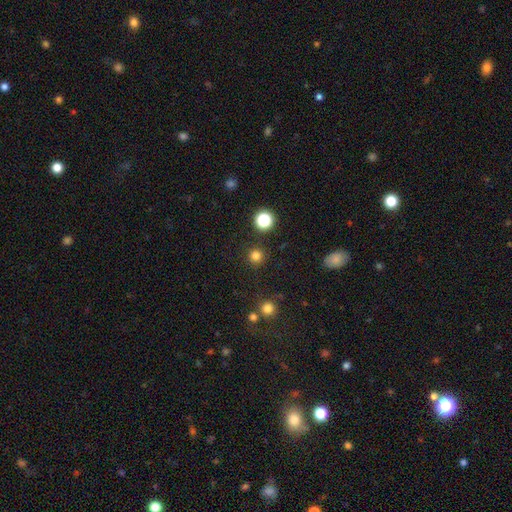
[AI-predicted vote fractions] The model was most divided on "smooth or featured": smooth: 79%, star or artifact: 17%, featured or disk: 4%. More confident: how rounded — round (95%); merging — none (90%).